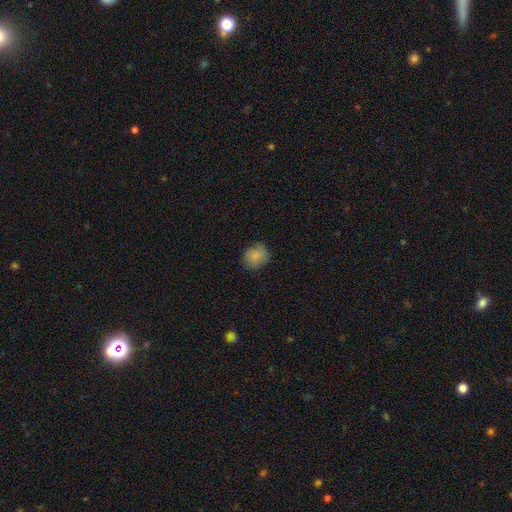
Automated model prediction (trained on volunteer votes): A smooth galaxy with no disk features (85%) that is round (74%).

Vote fractions:
- Smooth or featured? smooth: 85% / star or artifact: 9% / featured or disk: 6%
- How rounded? round: 74% / in between: 26% / cigar-shaped: 1%
- Merging? none: 81% / minor disturbance: 15% / major disturbance: 3% / merger: 1%